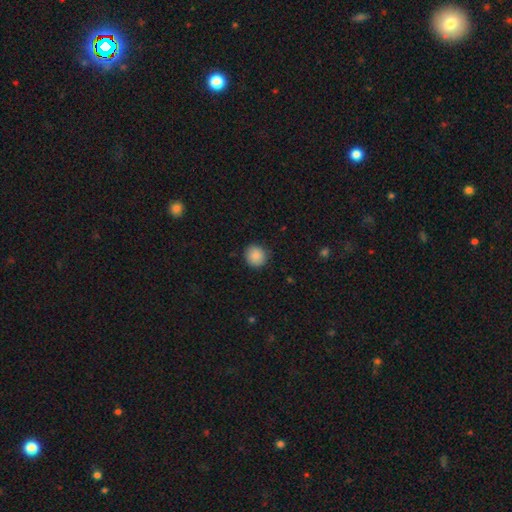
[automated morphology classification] type=smooth (87%); roundness=round (90%); merging=none (89%).